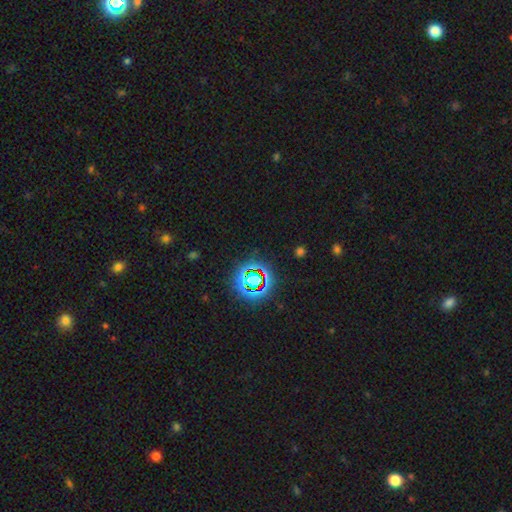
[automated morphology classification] Smooth or featured? star or artifact (72%)